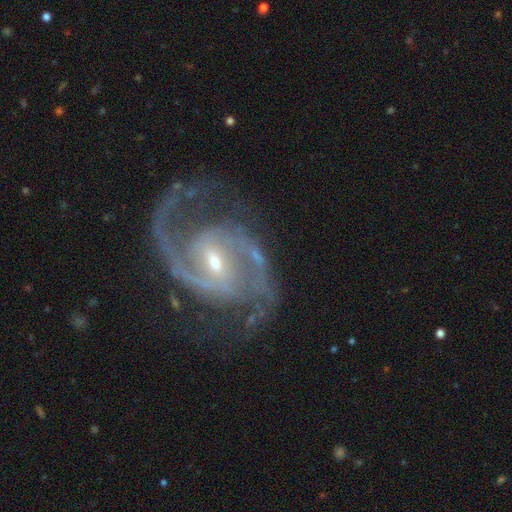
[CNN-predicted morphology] type=featured or disk (93%); edge-on=no (98%); bar=weak (49%); spiral arms=yes (99%); winding=medium (62%); arm count=2 (90%); bulge=small (61%); merging=none (73%).